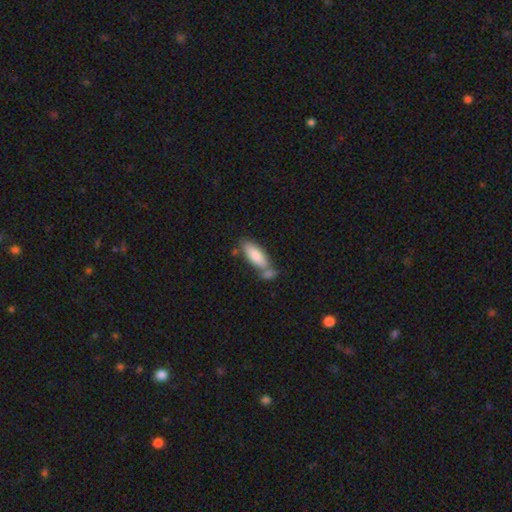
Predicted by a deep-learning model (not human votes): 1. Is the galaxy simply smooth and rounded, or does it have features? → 82% smooth, 12% featured or disk, 6% star or artifact.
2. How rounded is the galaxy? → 72% in between, 26% cigar-shaped, 2% round.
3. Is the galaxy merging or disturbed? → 48% none, 31% merger, 16% minor disturbance, 5% major disturbance.